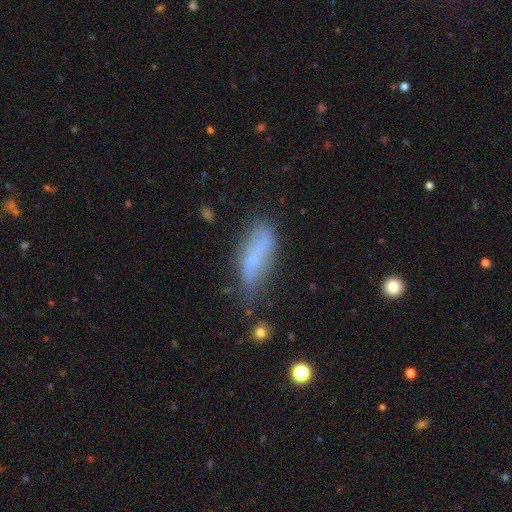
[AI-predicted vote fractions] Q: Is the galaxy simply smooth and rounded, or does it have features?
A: smooth — 66%.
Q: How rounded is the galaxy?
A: in between — 65%.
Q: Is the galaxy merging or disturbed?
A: none — 53%.